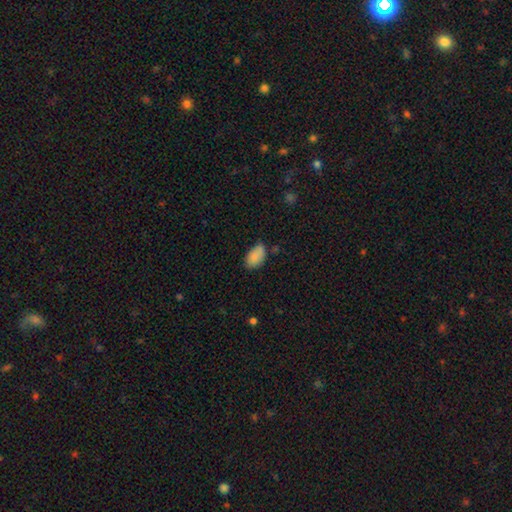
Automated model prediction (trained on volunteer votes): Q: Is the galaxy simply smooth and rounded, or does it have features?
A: smooth — 87%.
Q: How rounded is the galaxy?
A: in between — 93%.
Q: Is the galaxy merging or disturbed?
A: none — 64%.